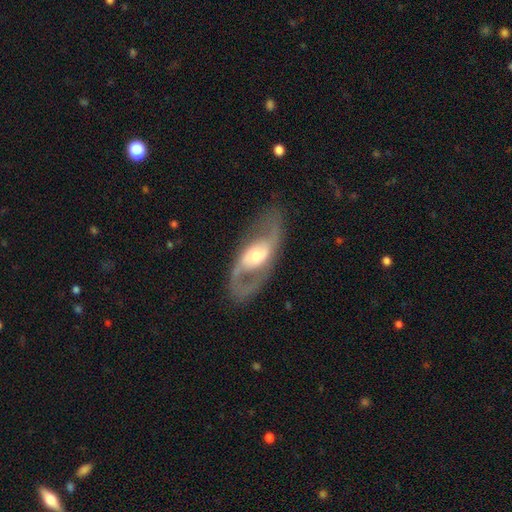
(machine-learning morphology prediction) The model was most divided on "bar": no: 43%, weak: 36%, strong: 21%. Remaining: edge-on disk — no (94%); spiral arms — yes (92%); spiral arm count — 2 (91%); smooth or featured — featured or disk (87%); merging — none (80%); bulge size — moderate (57%); spiral winding — medium (49%).